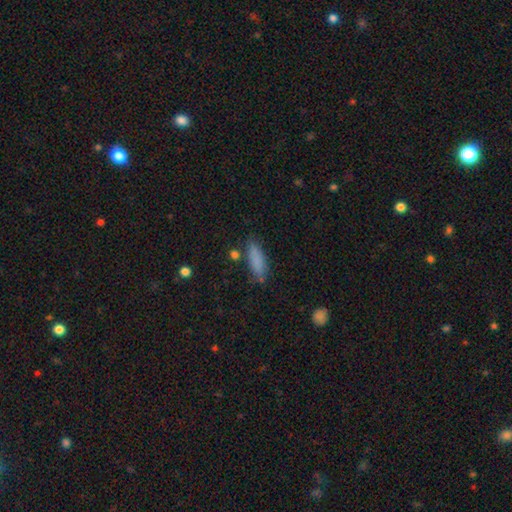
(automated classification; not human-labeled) This appears to be a smooth galaxy with no disk features (83%) that is cigar-shaped (53%). Merging: none (77%).